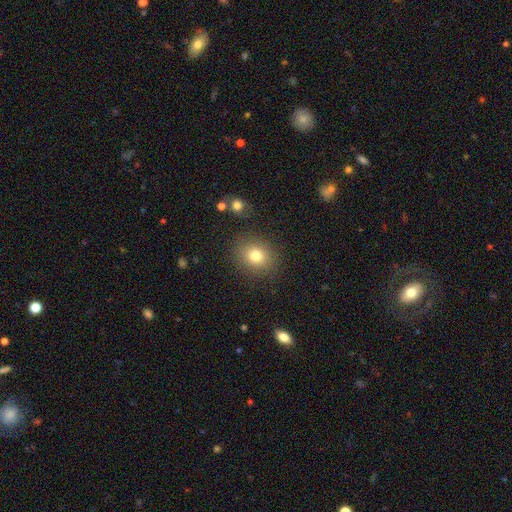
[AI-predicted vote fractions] This appears to be a smooth galaxy with no disk features (79%) that is round (69%). Merging: none (85%).